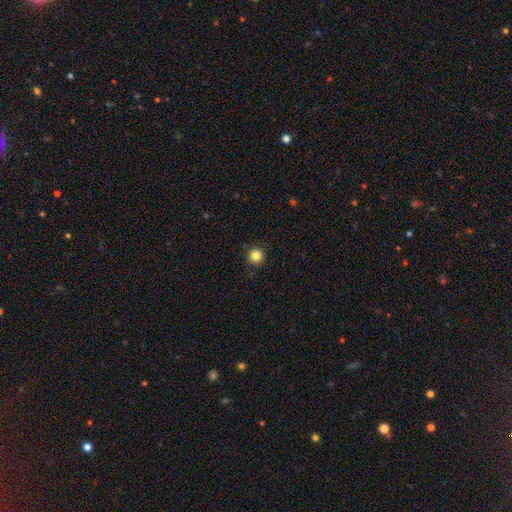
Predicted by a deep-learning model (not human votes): Smooth or featured?
  - smooth: 84% *
  - star or artifact: 12%
  - featured or disk: 4%
How rounded?
  - round: 95% *
  - in between: 4%
  - cigar-shaped: 1%
Merging?
  - none: 92% *
  - minor disturbance: 5%
  - major disturbance: 2%
  - merger: 1%